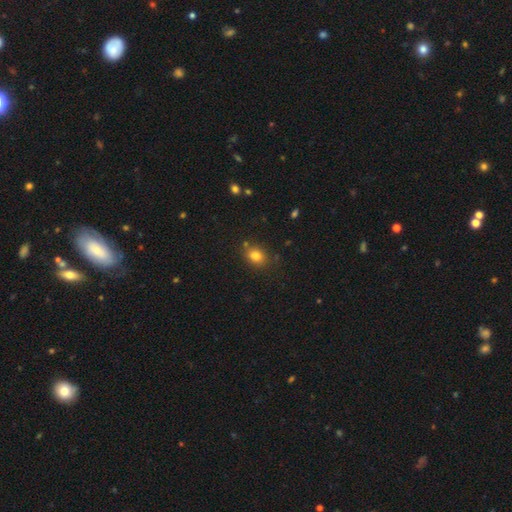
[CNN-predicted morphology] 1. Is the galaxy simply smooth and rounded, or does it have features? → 81% smooth, 12% star or artifact, 7% featured or disk.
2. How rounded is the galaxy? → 50% in between, 49% round, 1% cigar-shaped.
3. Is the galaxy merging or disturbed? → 77% none, 14% minor disturbance, 5% merger, 4% major disturbance.